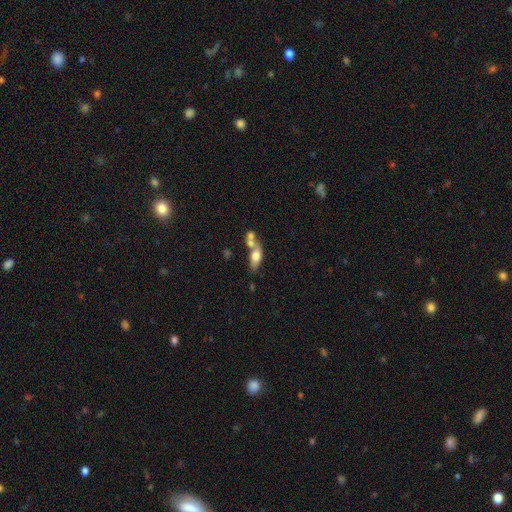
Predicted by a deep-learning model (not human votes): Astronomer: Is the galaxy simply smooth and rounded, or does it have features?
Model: smooth — 61%.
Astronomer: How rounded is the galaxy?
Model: in between — 71%.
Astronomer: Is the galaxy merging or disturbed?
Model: merger — 49% (runner-up: none, 32%).